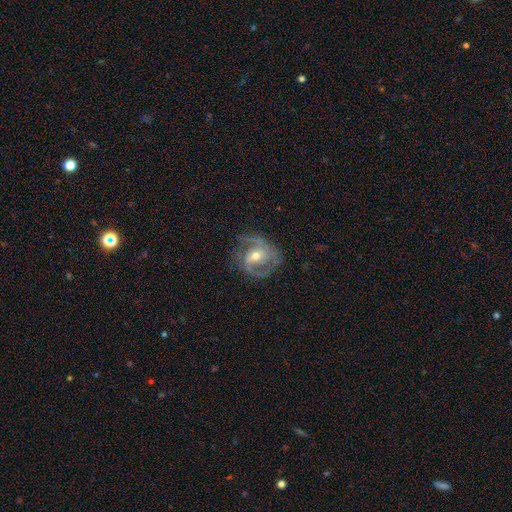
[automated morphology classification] A featured or disk galaxy (82%) with a weak bar (42%), 2 (70%) medium (48%) spiral arms (91%) and a moderate central bulge (61%).

Vote fractions:
- Smooth or featured? featured or disk: 82% / smooth: 12% / star or artifact: 6%
- Edge-on disk? no: 97% / yes: 3%
- Bar? weak: 42% / no: 40% / strong: 18%
- Spiral arms? yes: 91% / no: 9%
- Spiral winding? medium: 48% / tight: 33% / loose: 19%
- Spiral arm count? 2: 70% / can't tell: 12% / 1: 8% / 3: 7% / 4: 2% / more than 4: 2%
- Bulge size? moderate: 61% / small: 34% / large: 3% / none: 1% / dominant: 1%
- Merging? none: 66% / minor disturbance: 20% / major disturbance: 12% / merger: 1%